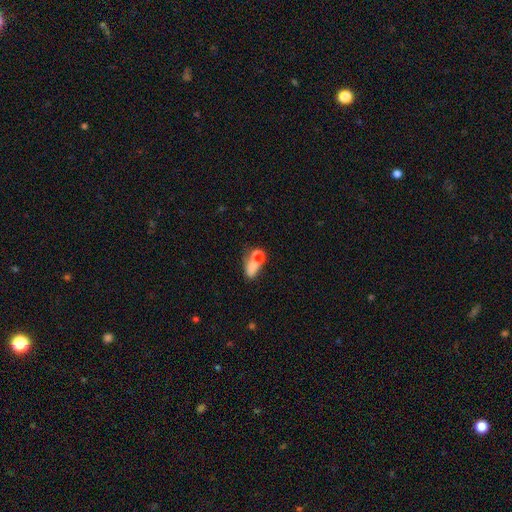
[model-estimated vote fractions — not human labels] smooth-or-featured: smooth: 70% | featured or disk: 20% | star or artifact: 10%
  how-rounded: in between: 68% | round: 22% | cigar-shaped: 9%
  merging: merger: 63% | none: 19% | major disturbance: 10% | minor disturbance: 9%